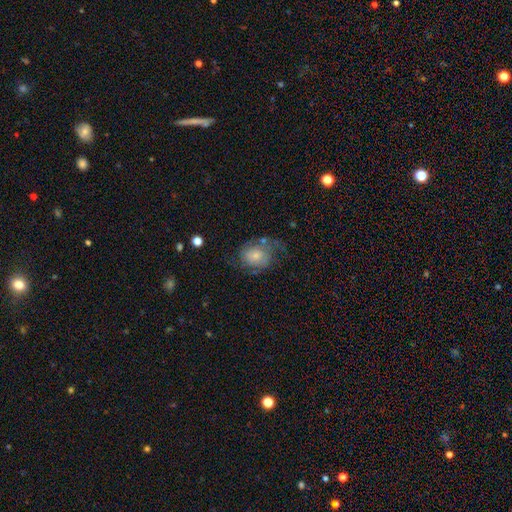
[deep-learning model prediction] featured or disk 52%, smooth 39%, star or artifact 8%. Down the decision tree: edge-on disk — no (97%); bar — no (80%); spiral arms — yes (80%); bulge size — small (49%); merging — none (47%).